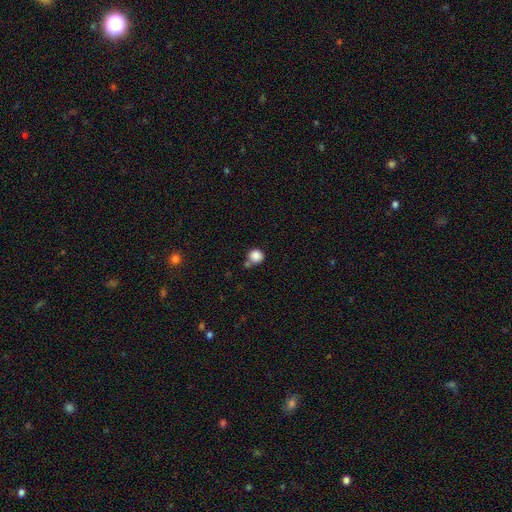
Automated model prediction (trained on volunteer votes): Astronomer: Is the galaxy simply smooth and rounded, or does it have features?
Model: smooth — 86%.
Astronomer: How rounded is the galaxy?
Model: round — 92%.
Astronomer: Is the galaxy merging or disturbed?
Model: none — 63%.